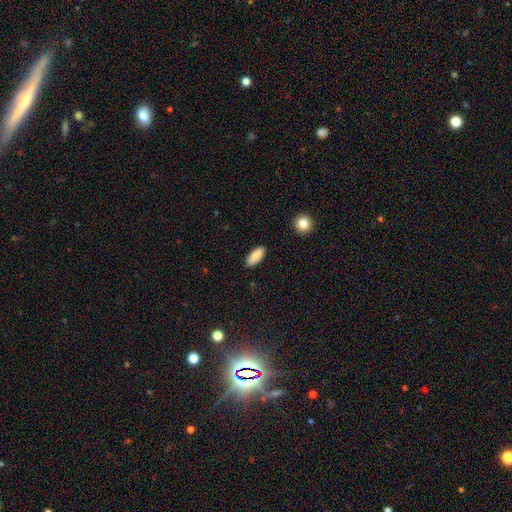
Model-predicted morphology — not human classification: A smooth galaxy with no disk features (89%) that is in between round and cigar-shaped (80%).

Vote fractions:
- Smooth or featured? smooth: 89% / star or artifact: 7% / featured or disk: 4%
- How rounded? in between: 80% / cigar-shaped: 18% / round: 2%
- Merging? none: 87% / minor disturbance: 9% / major disturbance: 2% / merger: 1%